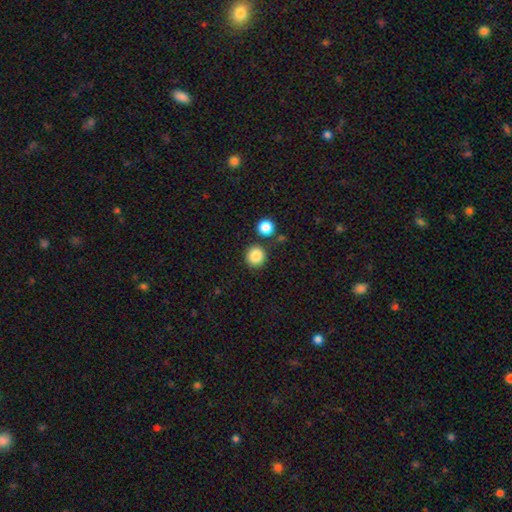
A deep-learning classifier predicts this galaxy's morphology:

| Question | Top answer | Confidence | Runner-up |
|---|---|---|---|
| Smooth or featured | smooth | 87% | star or artifact (9%) |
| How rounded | round | 93% | in between (6%) |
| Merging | none | 84% | minor disturbance (7%) |